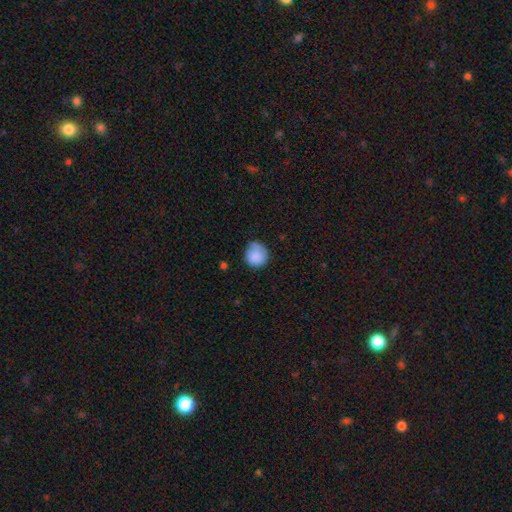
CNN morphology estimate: Smooth or featured? Predicted: smooth (p=0.82). How rounded? Predicted: round (p=0.85). Merging? Predicted: none (p=0.59).